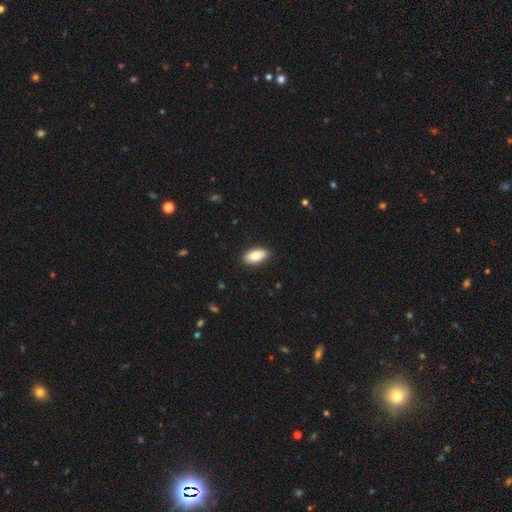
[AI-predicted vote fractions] smooth_or_featured: smooth (p=0.86) [alt: featured or disk p=0.08]
how_rounded: in between (p=0.91) [alt: cigar-shaped p=0.06]
merging: none (p=0.90) [alt: minor disturbance p=0.08]